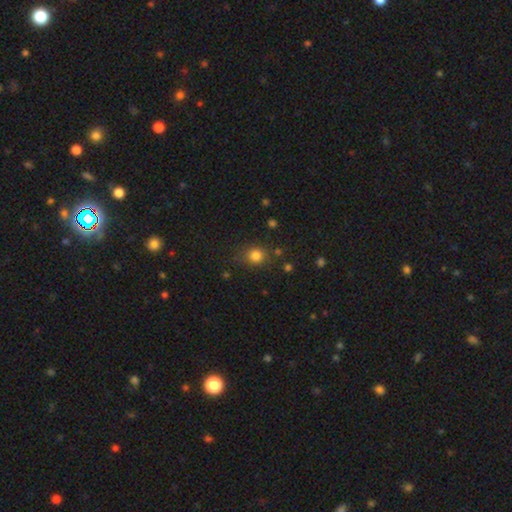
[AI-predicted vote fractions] Smooth or featured? smooth (81%)
How rounded? round (80%)
Merging? none (78%)